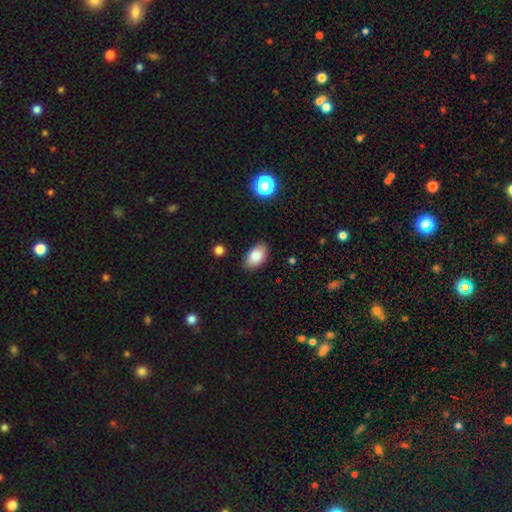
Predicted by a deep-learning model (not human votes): smooth_or_featured: smooth (p=0.84) [alt: featured or disk p=0.08]
how_rounded: in between (p=0.92) [alt: round p=0.06]
merging: none (p=0.84) [alt: minor disturbance p=0.12]